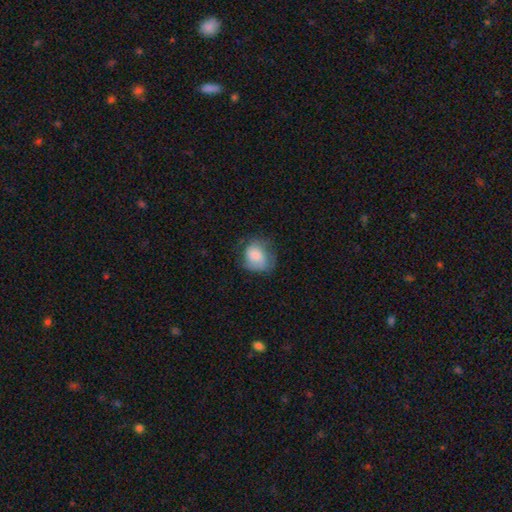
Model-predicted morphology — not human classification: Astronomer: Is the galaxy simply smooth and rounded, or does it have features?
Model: smooth — 76%.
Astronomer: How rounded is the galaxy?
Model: round — 57% (runner-up: in between, 42%).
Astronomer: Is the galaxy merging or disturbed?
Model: none — 50% (runner-up: minor disturbance, 31%).